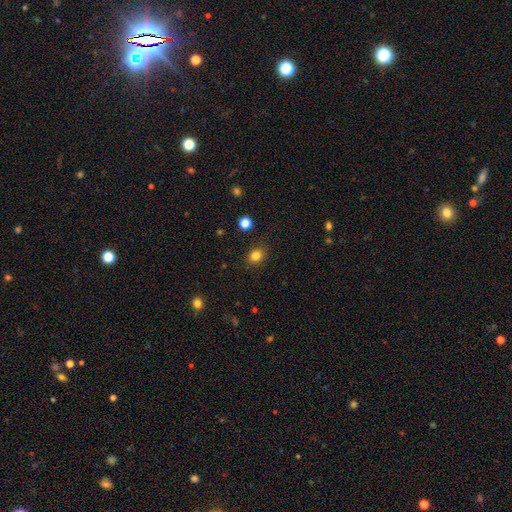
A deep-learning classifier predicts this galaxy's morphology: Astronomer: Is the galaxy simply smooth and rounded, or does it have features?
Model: smooth — 83%.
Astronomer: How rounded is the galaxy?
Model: round — 67%.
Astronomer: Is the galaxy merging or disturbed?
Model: none — 88%.